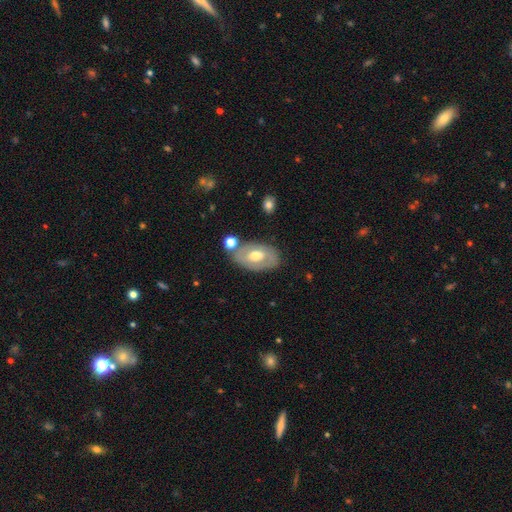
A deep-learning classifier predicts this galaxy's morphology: type=featured or disk (53%); edge-on=no (91%); merging=none (70%).